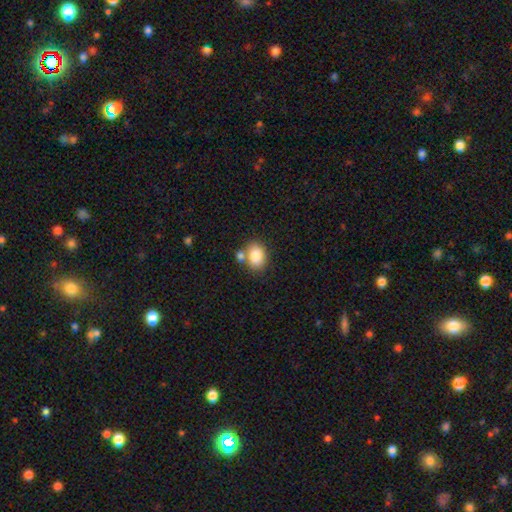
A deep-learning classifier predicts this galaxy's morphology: Smooth or featured?
  - smooth: 85% *
  - star or artifact: 8%
  - featured or disk: 7%
How rounded?
  - in between: 64% *
  - round: 35%
  - cigar-shaped: 1%
Merging?
  - none: 61% *
  - merger: 23%
  - minor disturbance: 13%
  - major disturbance: 4%